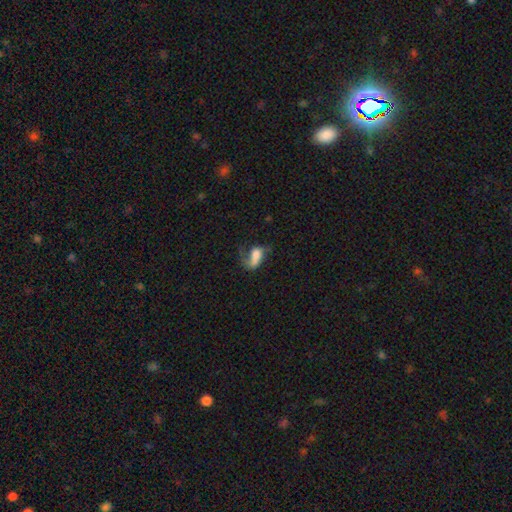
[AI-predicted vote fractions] smooth-or-featured: smooth: 51% | featured or disk: 40% | star or artifact: 10%
  how-rounded: in between: 84% | round: 9% | cigar-shaped: 6%
  merging: major disturbance: 48% | none: 27% | minor disturbance: 20% | merger: 5%